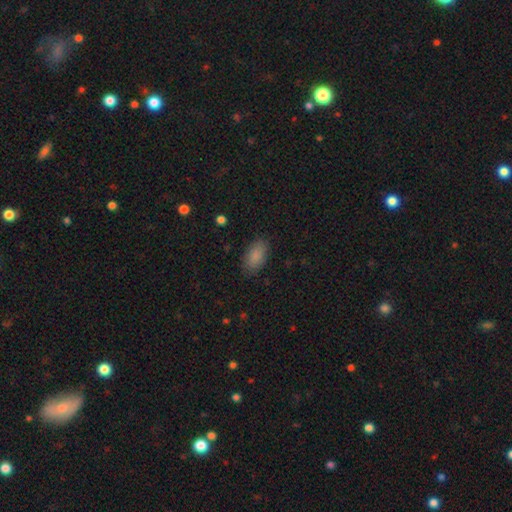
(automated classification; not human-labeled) This is clearly a smooth galaxy (87%). How rounded: clearly in between (93%). Merging: clearly none (85%).